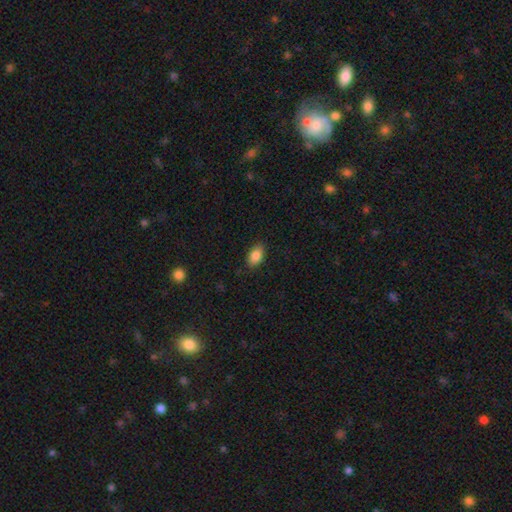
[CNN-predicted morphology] type=smooth (86%); roundness=in between (91%); merging=none (87%).